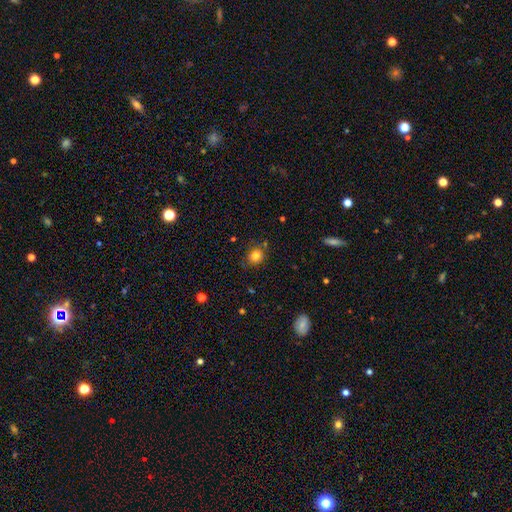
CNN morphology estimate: This appears to be a smooth galaxy with no disk features (81%) that is round (75%). Merging: none (81%).